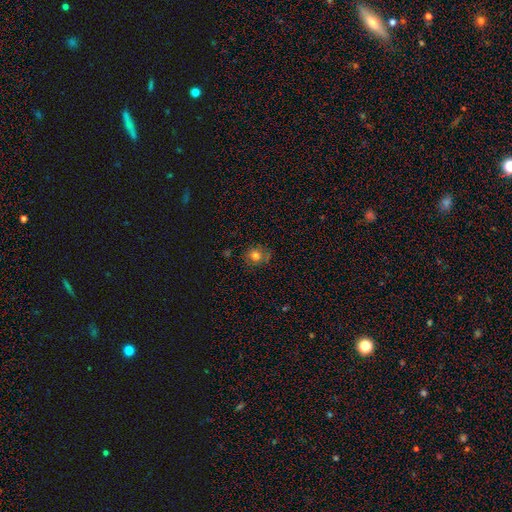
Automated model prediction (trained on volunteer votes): Q: Smooth or featured?
A: smooth (75%); runner-up: star or artifact (14%)
Q: How rounded?
A: round (76%); runner-up: in between (23%)
Q: Merging?
A: none (72%); runner-up: minor disturbance (19%)